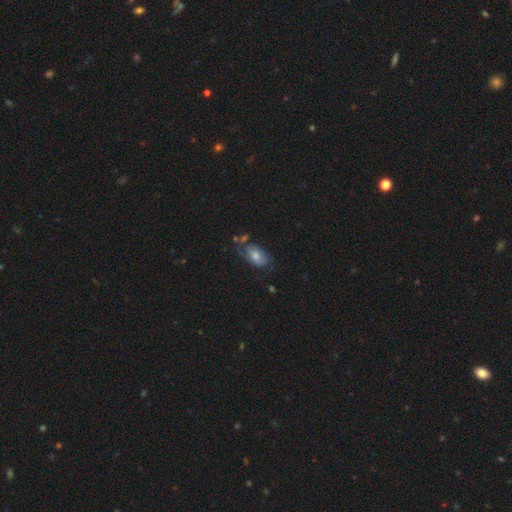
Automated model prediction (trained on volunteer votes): A smooth galaxy with no disk features (61%) that is in between round and cigar-shaped (90%). Merging: none (50%).